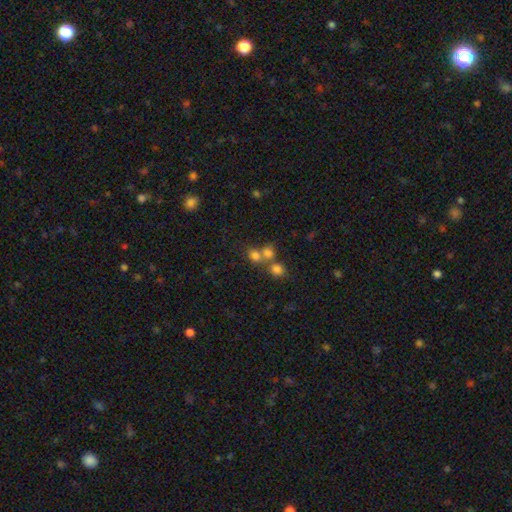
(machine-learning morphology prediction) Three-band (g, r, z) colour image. It shows a smooth galaxy with no disk features (69%) that is round (63%). Merging: merger (50%).